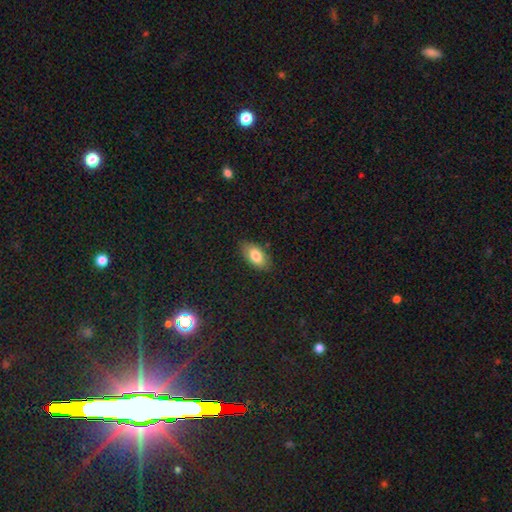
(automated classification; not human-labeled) This is likely a smooth galaxy (80%). How rounded: clearly in between (92%). Merging: clearly none (83%).